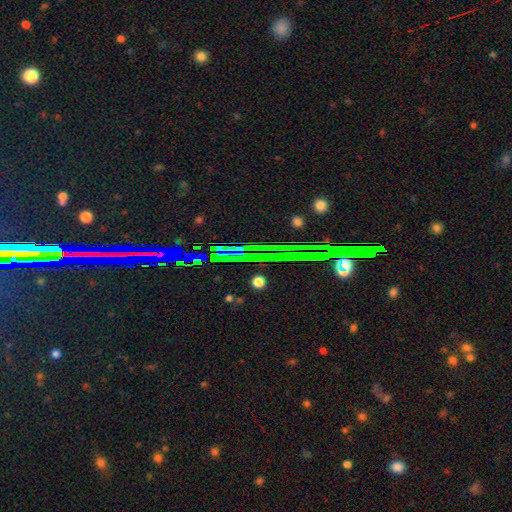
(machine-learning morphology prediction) Smooth or featured? Predicted: star or artifact (p=0.81).